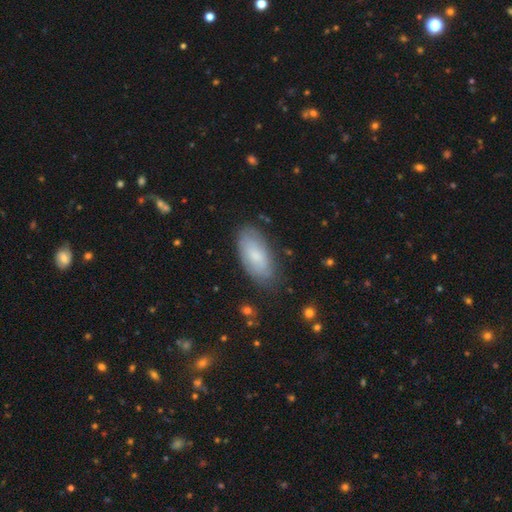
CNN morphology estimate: Overall: smooth (66%; featured or disk 27%). How rounded: in between (90%). Merging: none (76%).